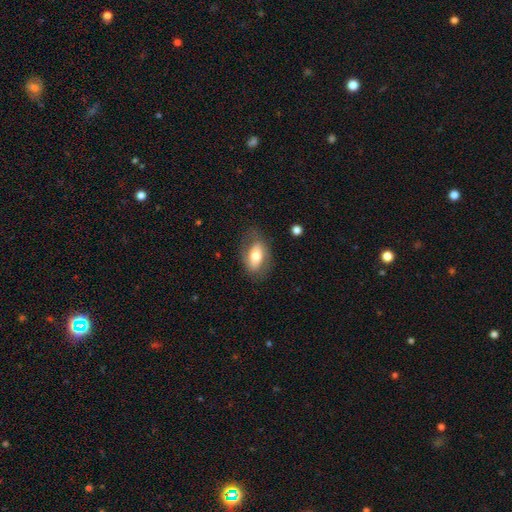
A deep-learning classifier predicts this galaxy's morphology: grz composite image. It shows a smooth galaxy with no disk features (60%) that is in between round and cigar-shaped (88%). Merging: none (72%).